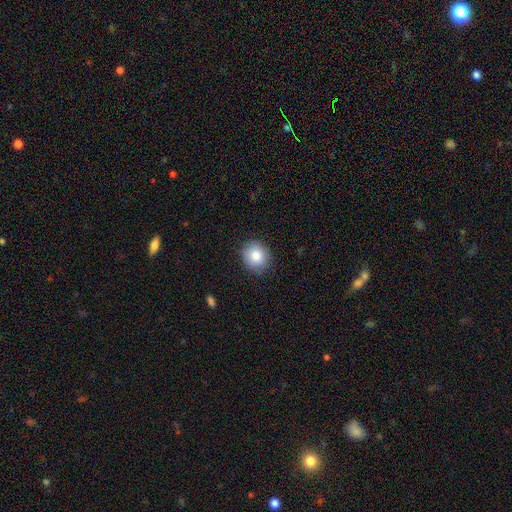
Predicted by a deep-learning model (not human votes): Smooth or featured? Predicted: smooth (p=0.83). How rounded? Predicted: round (p=0.78). Merging? Predicted: none (p=0.87).